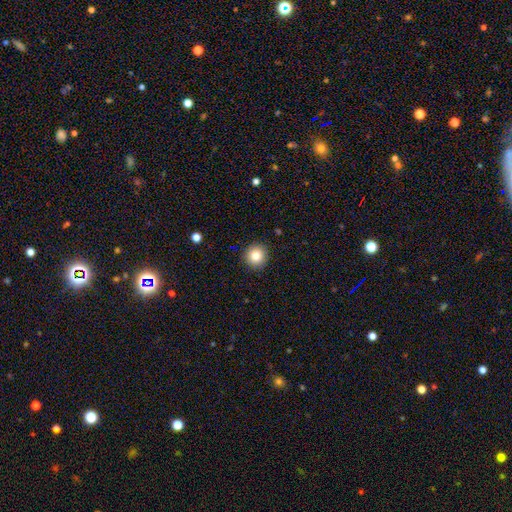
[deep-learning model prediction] smooth 84%, star or artifact 10%, featured or disk 6%. Down the decision tree: how rounded — round (94%); merging — none (91%).